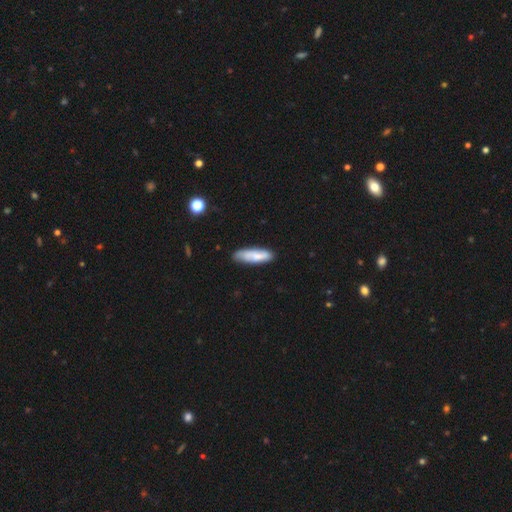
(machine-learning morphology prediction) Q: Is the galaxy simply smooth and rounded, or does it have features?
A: smooth — 69%.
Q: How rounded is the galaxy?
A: cigar-shaped — 58%.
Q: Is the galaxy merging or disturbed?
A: none — 75%.